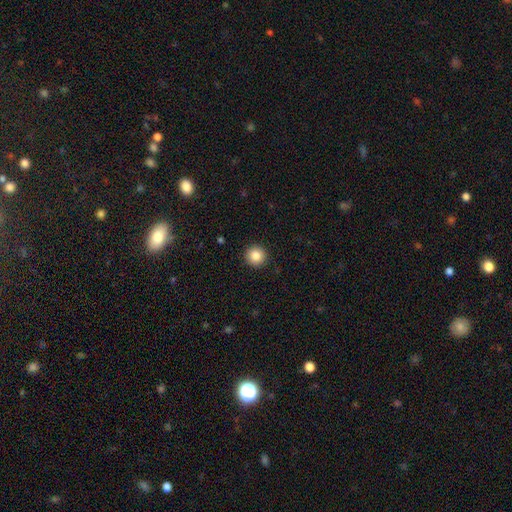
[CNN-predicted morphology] Smooth or featured: smooth — 85% (star or artifact — 10%)
How rounded: round — 95% (in between — 4%)
Merging: none — 93% (minor disturbance — 5%)